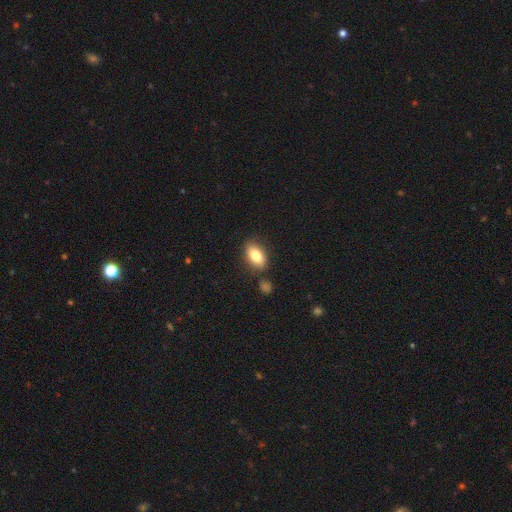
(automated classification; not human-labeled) Smooth or featured?
  - smooth: 83% *
  - featured or disk: 9%
  - star or artifact: 8%
How rounded?
  - in between: 89% *
  - round: 7%
  - cigar-shaped: 4%
Merging?
  - none: 80% *
  - minor disturbance: 12%
  - merger: 5%
  - major disturbance: 3%